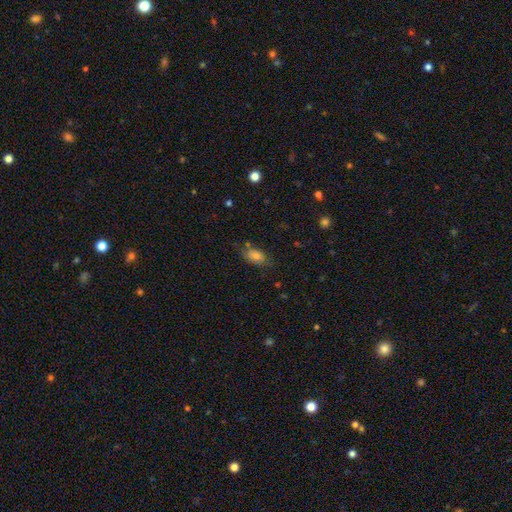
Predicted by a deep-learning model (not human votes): Smooth or featured? Predicted: smooth (p=0.76). How rounded? Predicted: in between (p=0.86). Merging? Predicted: none (p=0.67).